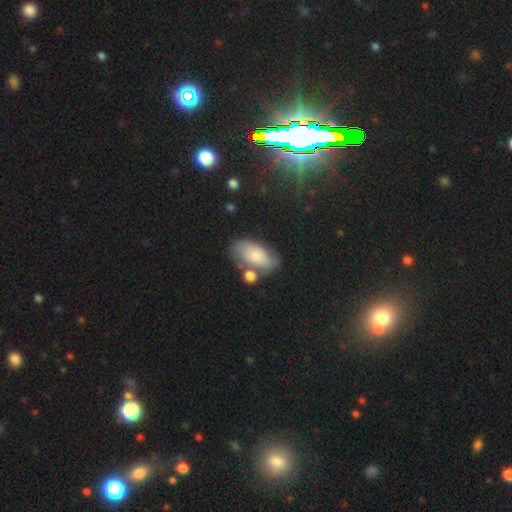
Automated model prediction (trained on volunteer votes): Morphology: type=smooth (65%); roundness=in between (91%); merging=none (52%).